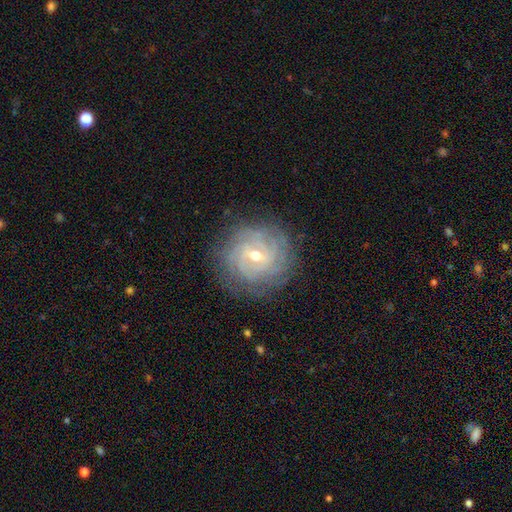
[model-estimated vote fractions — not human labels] A featured or disk galaxy (85%) with a weak bar (53%), tight (81%) spiral arms (97%) and a moderate central bulge (50%). Merging: none (83%).